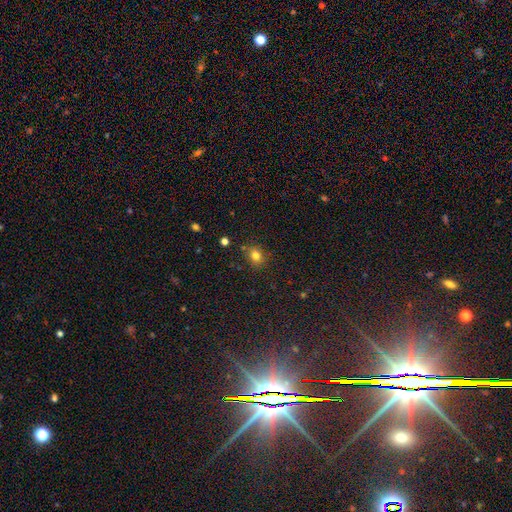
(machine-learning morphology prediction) Q: Smooth or featured?
A: smooth (79%); runner-up: star or artifact (14%)
Q: How rounded?
A: round (63%); runner-up: in between (36%)
Q: Merging?
A: none (80%); runner-up: minor disturbance (13%)